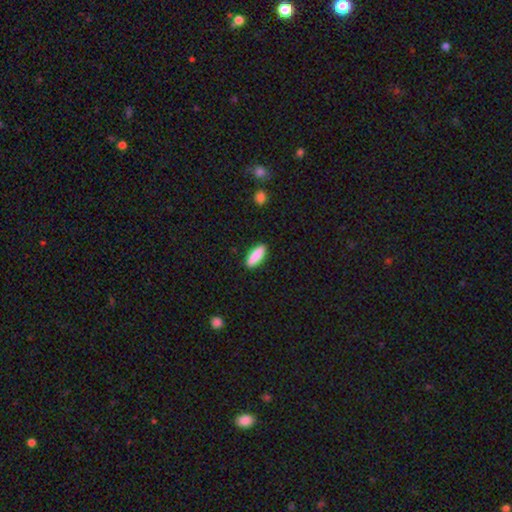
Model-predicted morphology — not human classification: This appears to be a smooth galaxy with no disk features (88%) that is in between round and cigar-shaped (50%). Merging: none (90%).